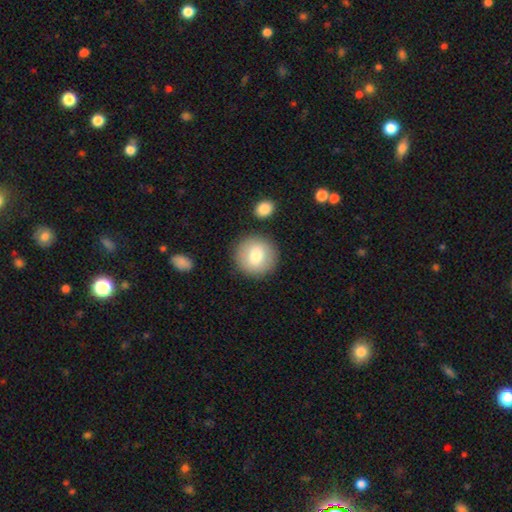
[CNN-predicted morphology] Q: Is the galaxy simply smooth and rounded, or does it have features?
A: smooth — 78%.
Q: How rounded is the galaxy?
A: round — 93%.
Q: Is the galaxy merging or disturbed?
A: none — 85%.